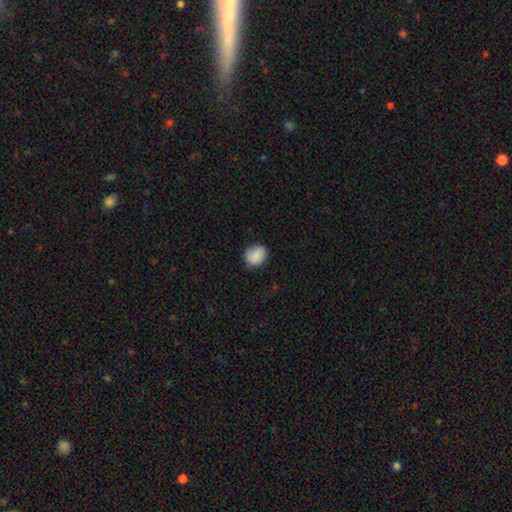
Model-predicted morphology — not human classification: This is clearly a smooth galaxy (85%). How rounded: likely round (71%). Merging: clearly none (82%).